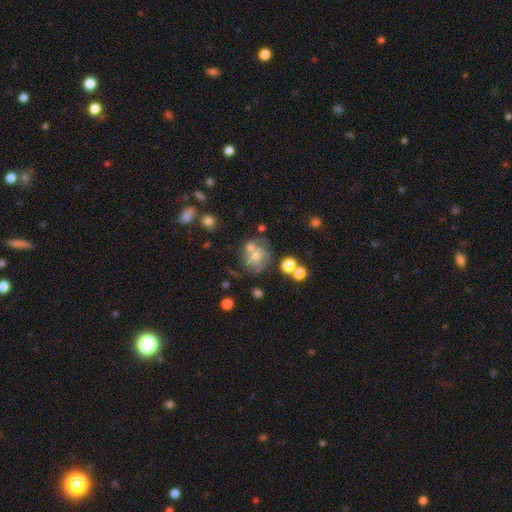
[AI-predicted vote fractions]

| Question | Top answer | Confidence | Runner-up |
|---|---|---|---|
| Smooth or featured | smooth | 45% | featured or disk (42%) |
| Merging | none | 51% | merger (20%) |